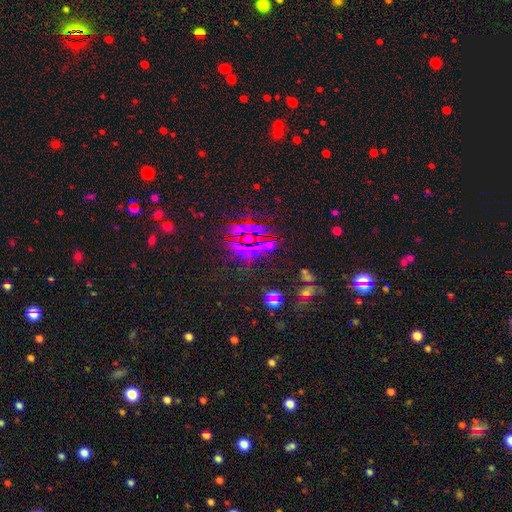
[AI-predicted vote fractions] This appears to be a star or artifact, not a galaxy (79%).